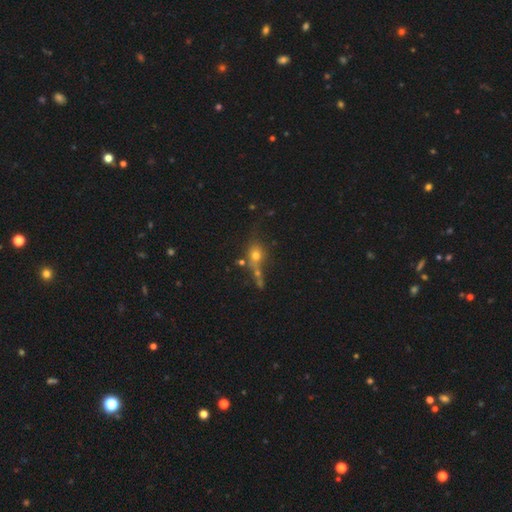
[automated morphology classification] smooth-or-featured: smooth: 62% | star or artifact: 19% | featured or disk: 19%
  how-rounded: round: 60% | in between: 35% | cigar-shaped: 5%
  merging: none: 43% | merger: 32% | minor disturbance: 14% | major disturbance: 11%